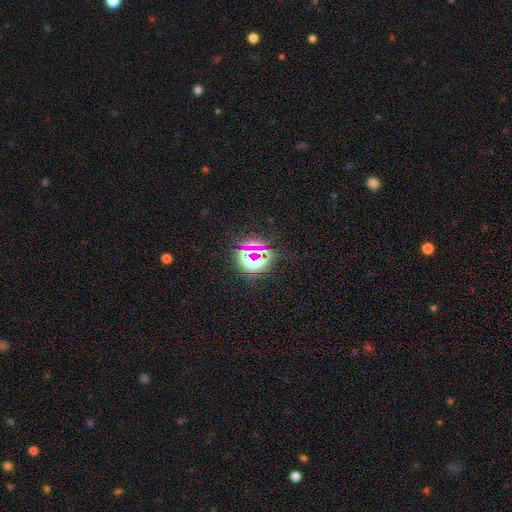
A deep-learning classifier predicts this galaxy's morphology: Q: Smooth or featured?
A: star or artifact (75%); runner-up: smooth (16%)